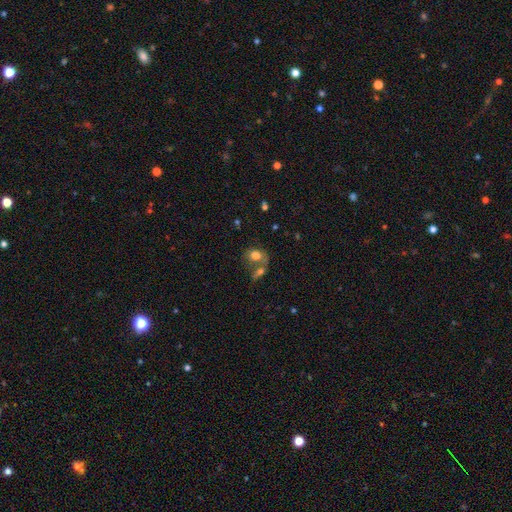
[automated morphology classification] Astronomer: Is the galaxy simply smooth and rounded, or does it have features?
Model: smooth — 74%.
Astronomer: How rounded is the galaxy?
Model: in between — 56% (runner-up: round, 42%).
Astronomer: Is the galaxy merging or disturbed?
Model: merger — 49% (runner-up: none, 31%).